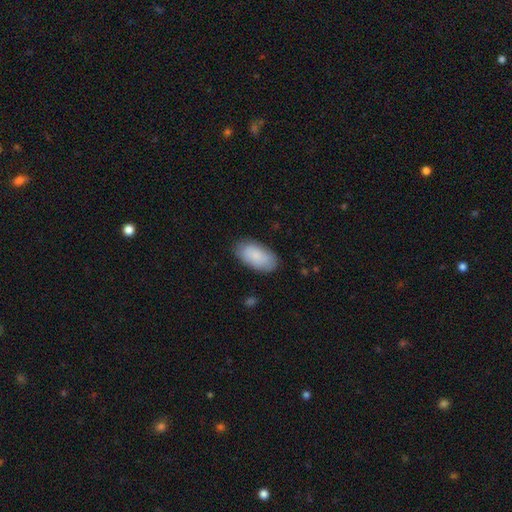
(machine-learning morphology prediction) This is clearly a smooth galaxy (85%). How rounded: clearly in between (95%). Merging: clearly none (81%).